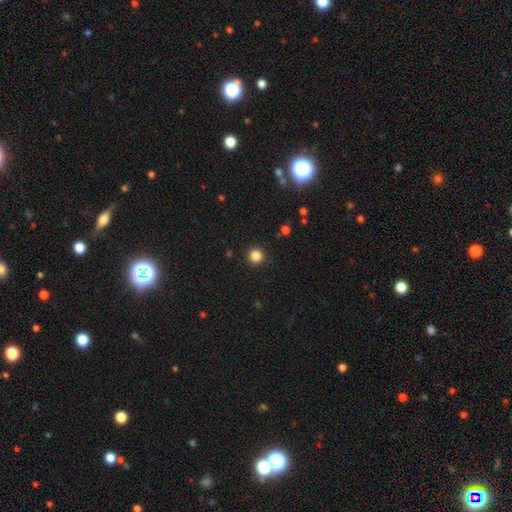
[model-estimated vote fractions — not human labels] smooth_or_featured: smooth (p=0.85) [alt: star or artifact p=0.12]
how_rounded: round (p=0.96) [alt: in between p=0.04]
merging: none (p=0.92) [alt: minor disturbance p=0.05]